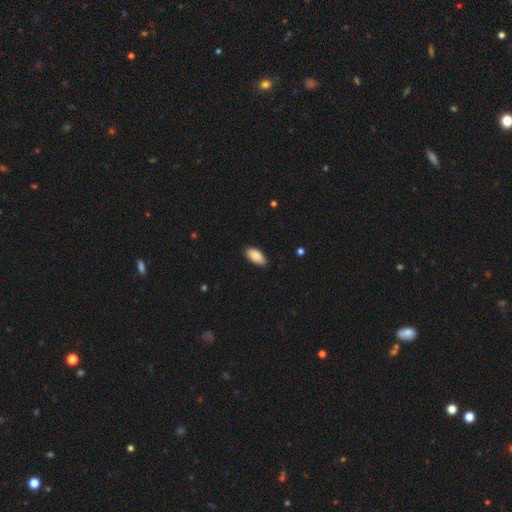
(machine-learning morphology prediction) type=smooth (88%); roundness=in between (93%); merging=none (86%).